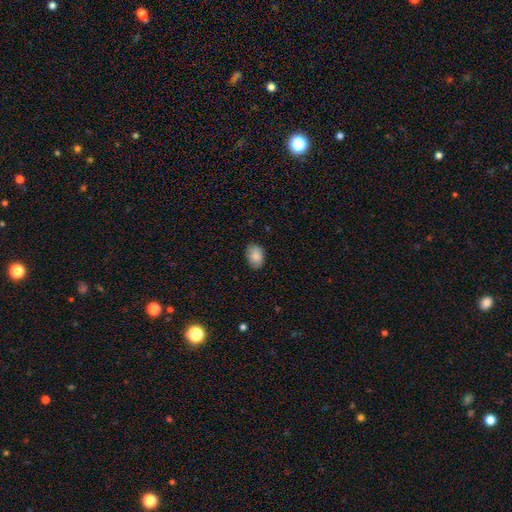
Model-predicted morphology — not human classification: Smooth or featured? Predicted: smooth (p=0.87). How rounded? Predicted: in between (p=0.83). Merging? Predicted: none (p=0.85).